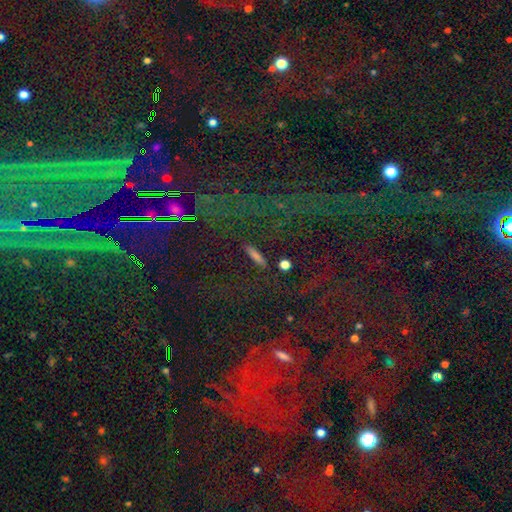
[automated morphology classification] The model was most divided on "smooth or featured": smooth: 49%, star or artifact: 32%, featured or disk: 18%. More confident: merging — none (84%).